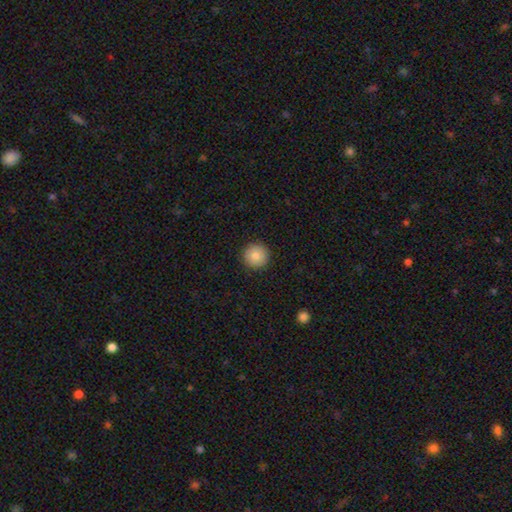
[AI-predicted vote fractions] Smooth or featured? smooth (84%)
How rounded? round (96%)
Merging? none (93%)